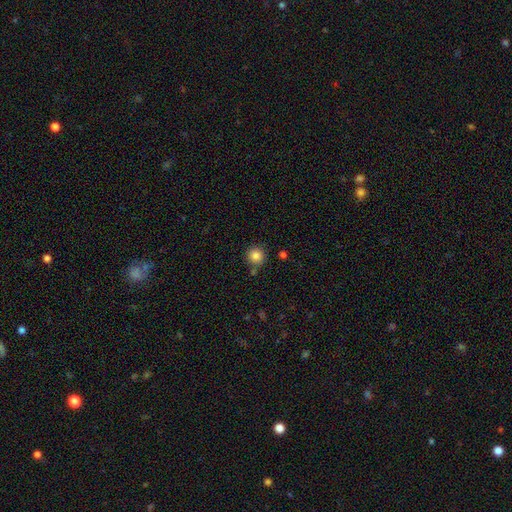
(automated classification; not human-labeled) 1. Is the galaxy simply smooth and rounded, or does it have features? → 84% smooth, 11% star or artifact, 5% featured or disk.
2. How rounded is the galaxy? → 94% round, 5% in between, 1% cigar-shaped.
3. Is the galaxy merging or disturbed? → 82% none, 9% minor disturbance, 7% merger, 2% major disturbance.